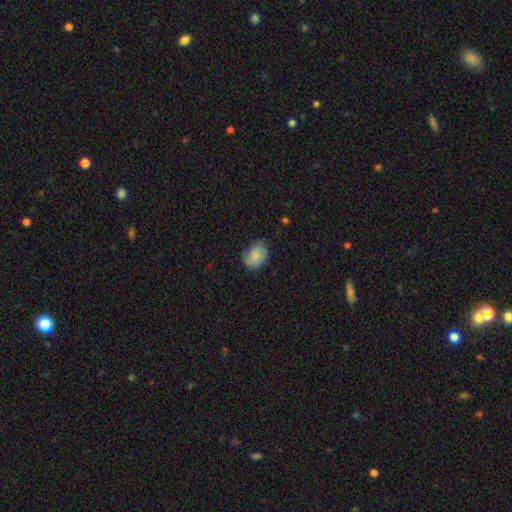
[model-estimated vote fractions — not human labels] The model was most divided on "merging": none: 61%, minor disturbance: 29%, major disturbance: 9%, merger: 1%. More confident: smooth or featured — smooth (74%); how rounded — in between (70%).